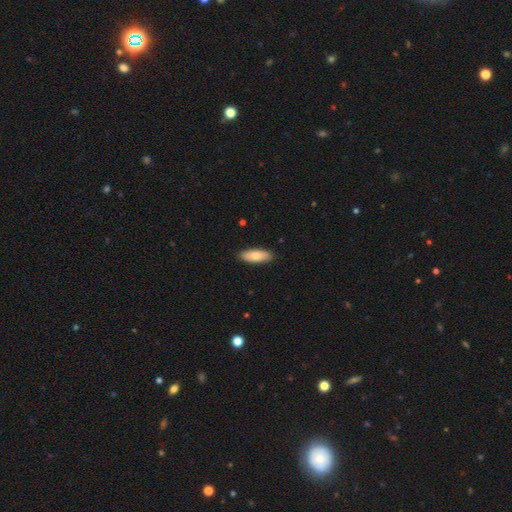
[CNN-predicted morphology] smooth-or-featured: smooth: 79% | featured or disk: 16% | star or artifact: 6%
  how-rounded: in between: 72% | cigar-shaped: 26% | round: 2%
  merging: none: 90% | minor disturbance: 8% | major disturbance: 1% | merger: 1%